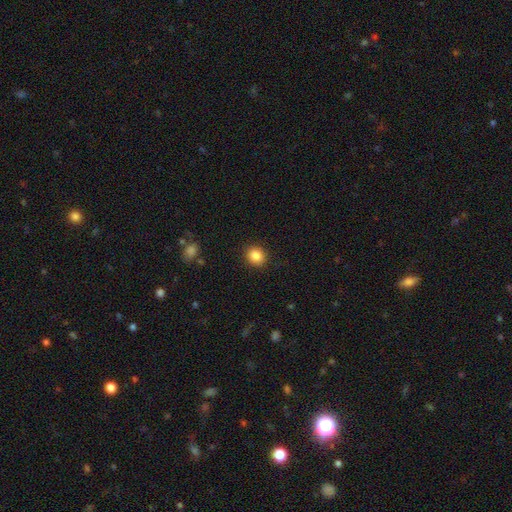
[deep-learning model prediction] Smooth or featured? Predicted: smooth (p=0.85). How rounded? Predicted: round (p=0.80). Merging? Predicted: none (p=0.90).